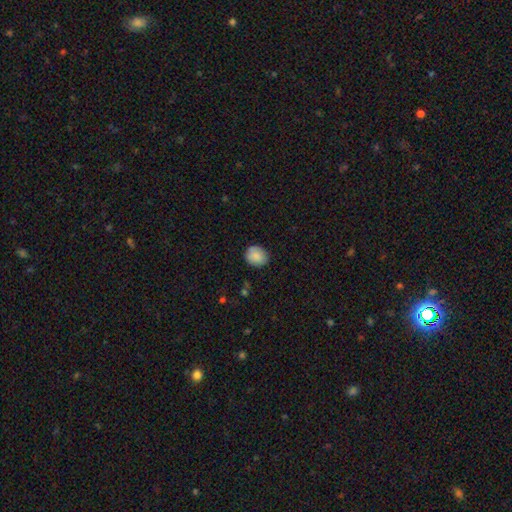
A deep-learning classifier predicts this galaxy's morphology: Smooth or featured?
  - smooth: 85% *
  - star or artifact: 8%
  - featured or disk: 7%
How rounded?
  - round: 66% *
  - in between: 33%
  - cigar-shaped: 1%
Merging?
  - none: 83% *
  - minor disturbance: 13%
  - major disturbance: 2%
  - merger: 1%